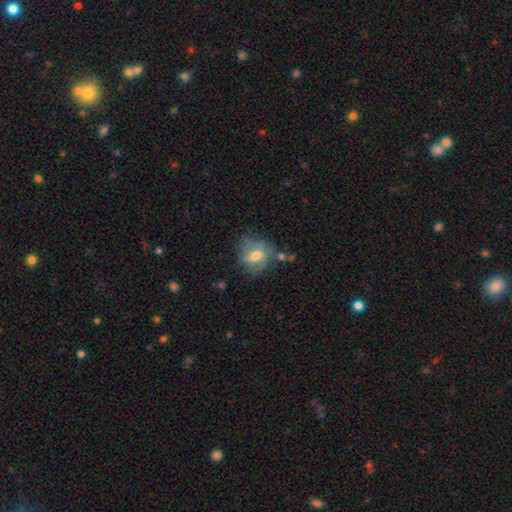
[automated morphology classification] Smooth or featured? featured or disk (46%)
Merging? none (56%)